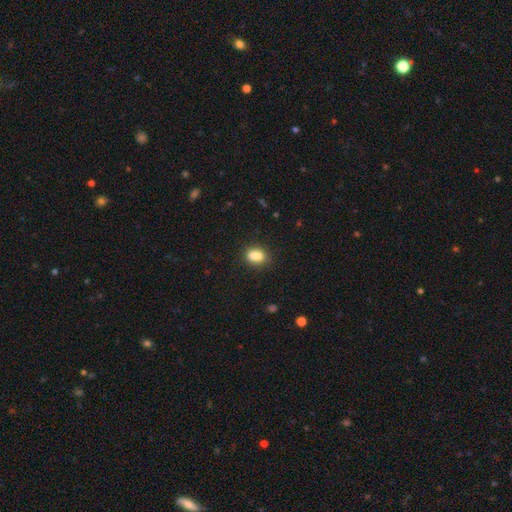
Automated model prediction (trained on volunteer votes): Smooth or featured?
  - smooth: 78% *
  - featured or disk: 11%
  - star or artifact: 11%
How rounded?
  - in between: 65% *
  - round: 32%
  - cigar-shaped: 2%
Merging?
  - none: 51% *
  - merger: 31%
  - minor disturbance: 14%
  - major disturbance: 4%